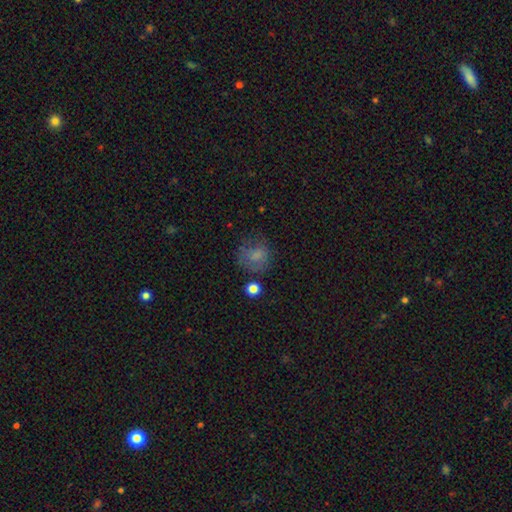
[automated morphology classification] Overall: smooth (71%). How rounded: round (76%). Merging: none (56%; minor disturbance 23%).